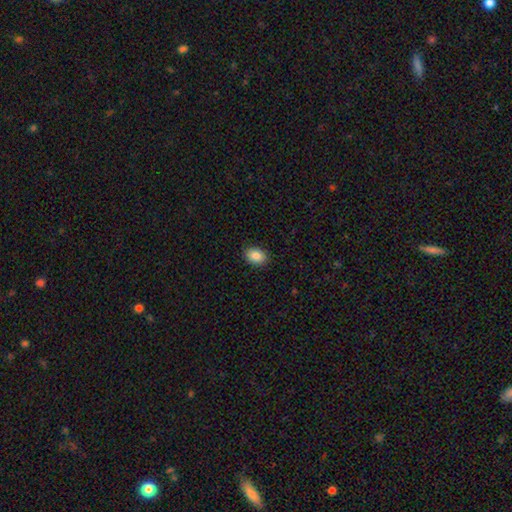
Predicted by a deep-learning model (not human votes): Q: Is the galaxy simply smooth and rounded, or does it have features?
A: smooth — 87%.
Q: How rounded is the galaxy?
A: in between — 76%.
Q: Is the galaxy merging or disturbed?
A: none — 90%.